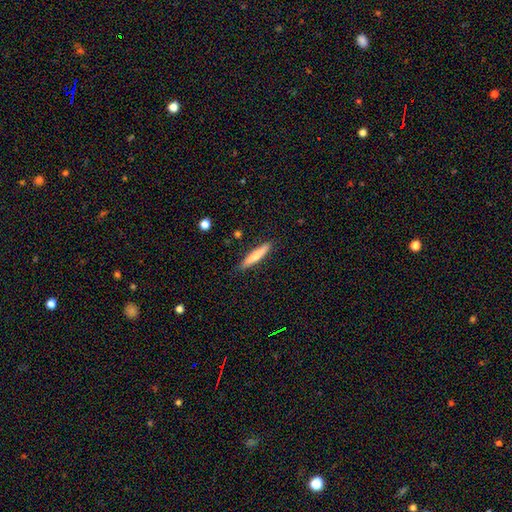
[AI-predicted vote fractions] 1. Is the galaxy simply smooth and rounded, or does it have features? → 68% smooth, 27% featured or disk, 6% star or artifact.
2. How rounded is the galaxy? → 92% cigar-shaped, 7% in between, 1% round.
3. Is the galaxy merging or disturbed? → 88% none, 9% minor disturbance, 2% major disturbance, 1% merger.